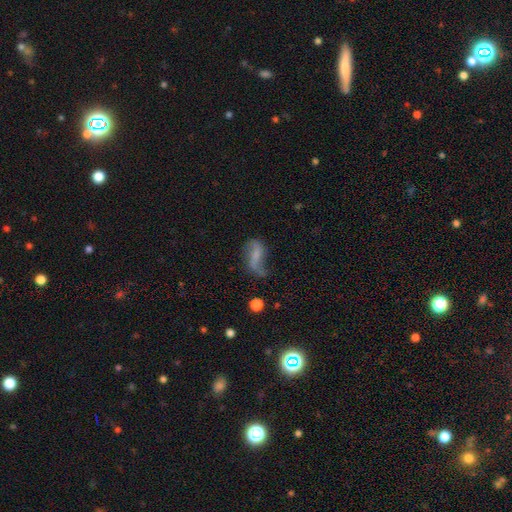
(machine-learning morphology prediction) Smooth or featured? featured or disk (67%)
Edge-on disk? no (95%)
Bar? no (38%)
Spiral arms? yes (86%)
Spiral winding? loose (89%)
Spiral arm count? 2 (82%)
Bulge size? none (49%)
Merging? none (48%)